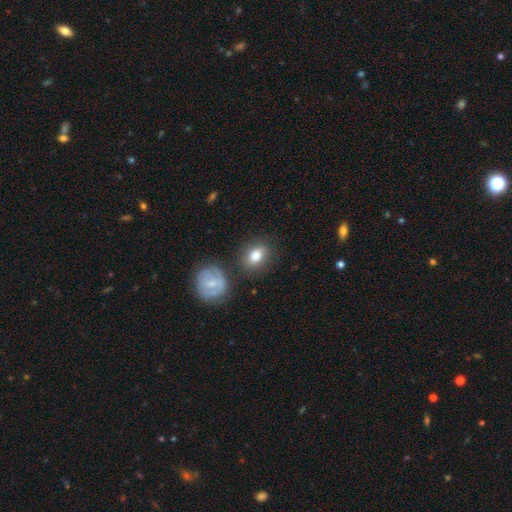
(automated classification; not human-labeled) Smooth or featured? Predicted: smooth (p=0.79). How rounded? Predicted: in between (p=0.52). Merging? Predicted: none (p=0.75).